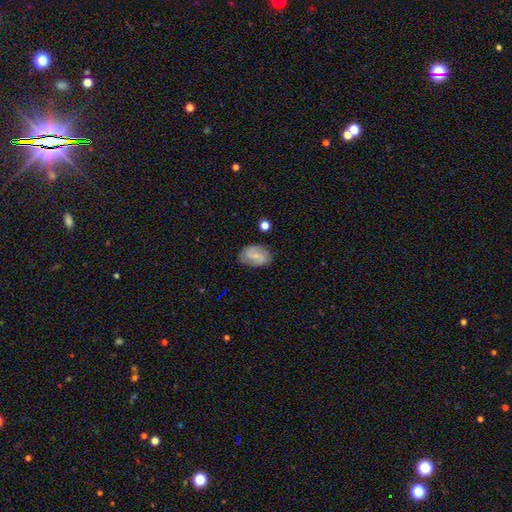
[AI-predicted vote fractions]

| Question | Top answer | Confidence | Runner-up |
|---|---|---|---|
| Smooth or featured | featured or disk | 57% | smooth (35%) |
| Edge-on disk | no | 97% | yes (3%) |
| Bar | weak | 52% | no (31%) |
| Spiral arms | yes | 85% | no (15%) |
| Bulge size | small | 68% | moderate (20%) |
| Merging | none | 79% | minor disturbance (15%) |